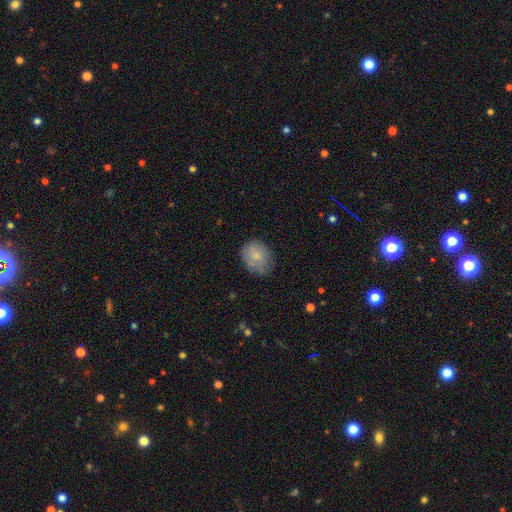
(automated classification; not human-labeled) This appears to be a smooth galaxy with no disk features (78%) that is round (52%). Merging: none (66%).